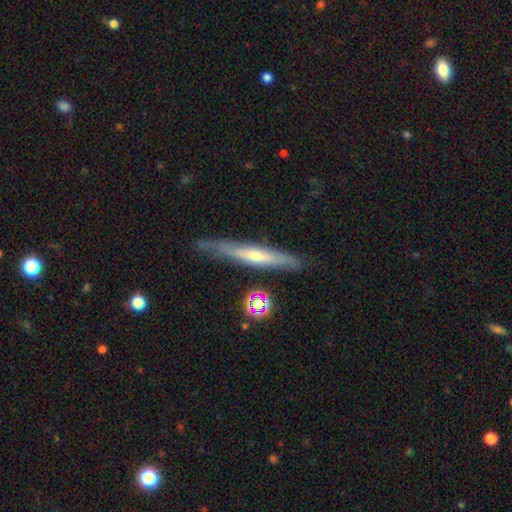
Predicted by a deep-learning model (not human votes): Overall: featured or disk (60%; smooth 32%). Edge-on disk: yes (87%). Edge-on bulge: none (46%, tied with rounded). Merging: none (79%).